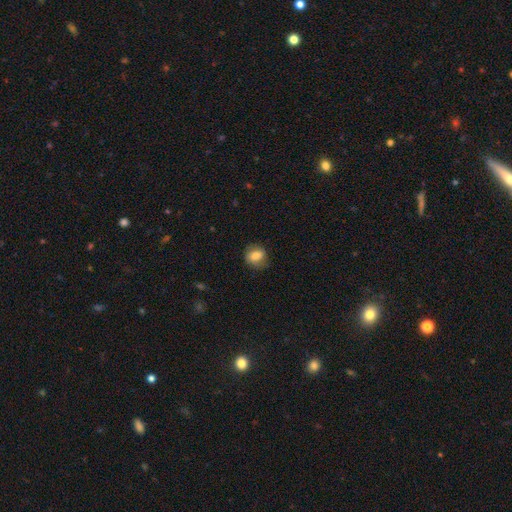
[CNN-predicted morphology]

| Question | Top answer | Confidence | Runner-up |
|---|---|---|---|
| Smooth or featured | smooth | 73% | featured or disk (18%) |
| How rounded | round | 57% | in between (41%) |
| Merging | none | 77% | minor disturbance (17%) |